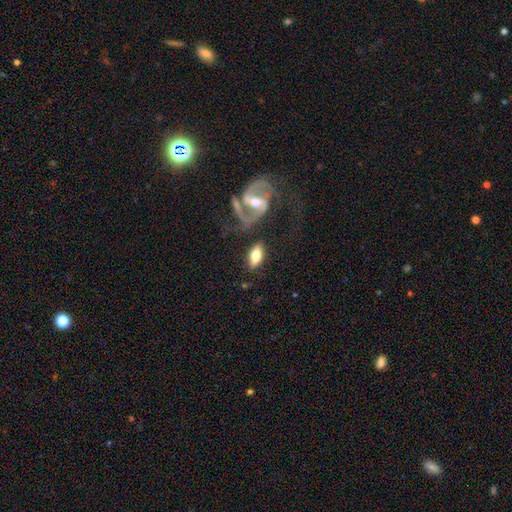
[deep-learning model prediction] Smooth or featured? smooth (61%)
How rounded? in between (87%)
Merging? none (71%)